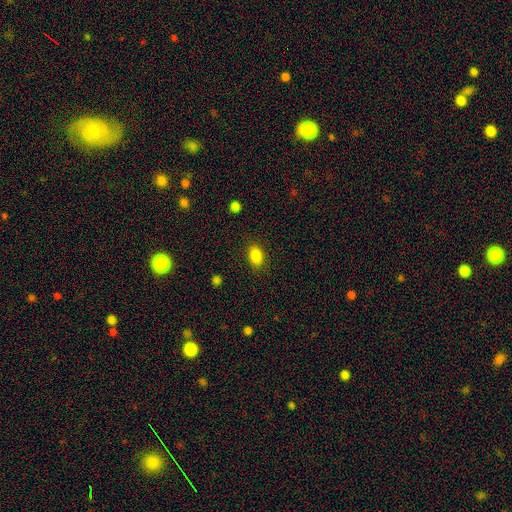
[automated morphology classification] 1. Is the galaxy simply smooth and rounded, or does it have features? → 86% smooth, 9% star or artifact, 4% featured or disk.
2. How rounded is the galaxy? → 81% in between, 18% round, 1% cigar-shaped.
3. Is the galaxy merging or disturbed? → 86% none, 10% minor disturbance, 3% major disturbance, 1% merger.